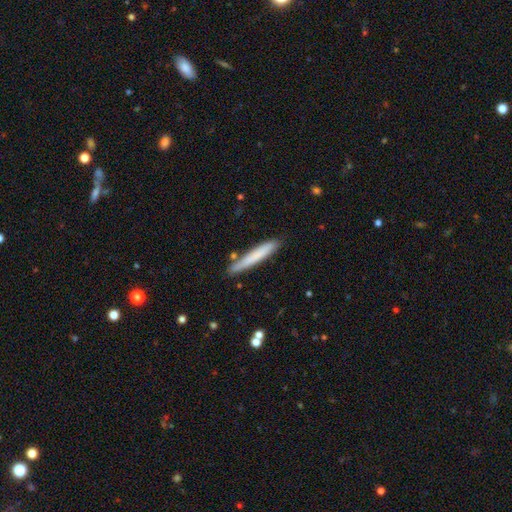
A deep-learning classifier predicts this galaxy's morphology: Smooth or featured? Predicted: smooth (p=0.72). How rounded? Predicted: cigar-shaped (p=0.95). Merging? Predicted: none (p=0.84).